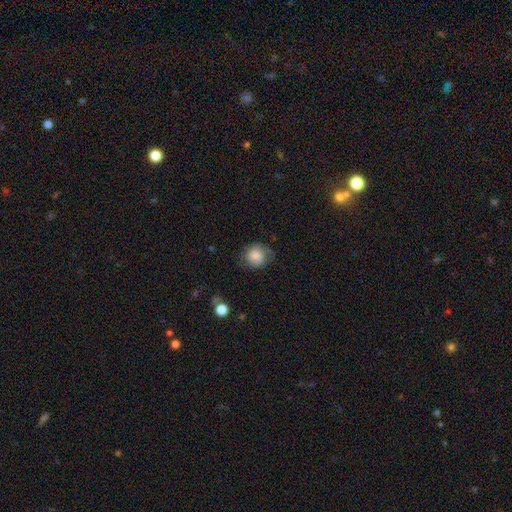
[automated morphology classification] This appears to be a smooth galaxy with no disk features (77%) that is round (79%). Merging: none (60%).